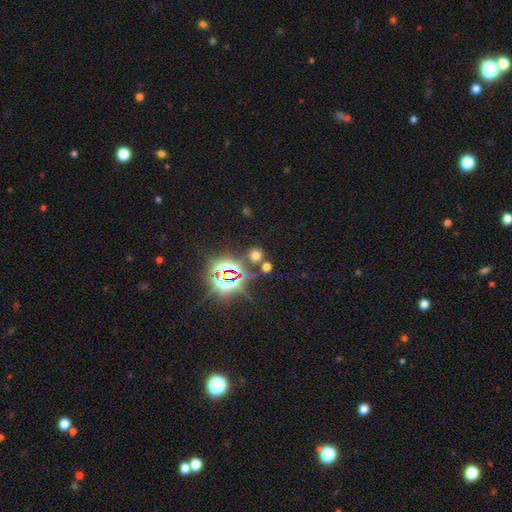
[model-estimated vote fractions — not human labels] The model was most divided on "smooth or featured": smooth: 50%, star or artifact: 43%, featured or disk: 7%. More confident: how rounded — round (81%); merging — none (77%).